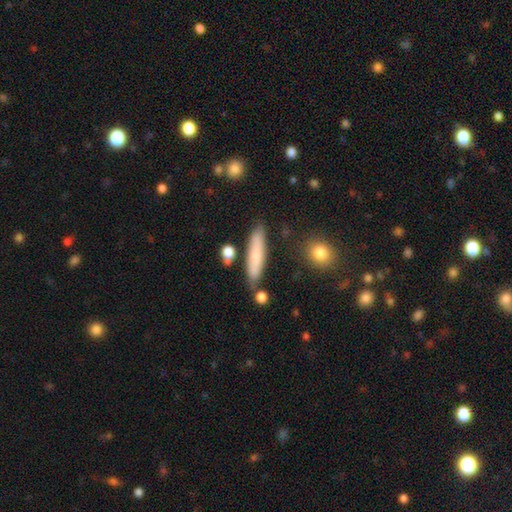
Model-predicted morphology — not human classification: A smooth galaxy with no disk features (75%) that is cigar-shaped (81%). Merging: none (79%).